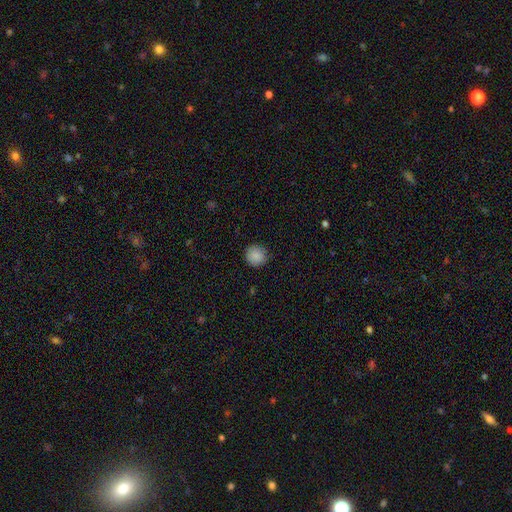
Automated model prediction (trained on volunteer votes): Smooth or featured: smooth — 88% (star or artifact — 8%)
How rounded: round — 93% (in between — 6%)
Merging: none — 88% (minor disturbance — 9%)